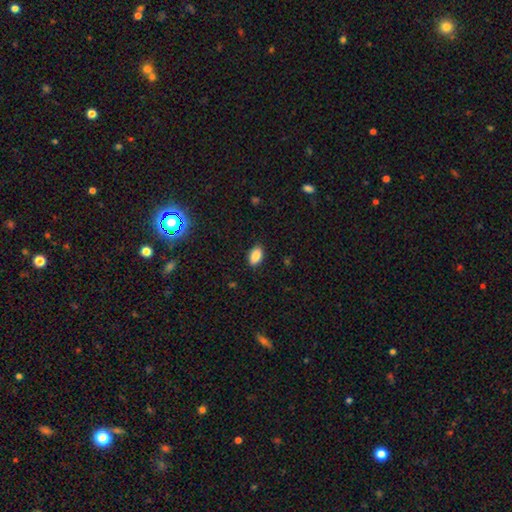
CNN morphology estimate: Smooth or featured? Predicted: smooth (p=0.87). How rounded? Predicted: in between (p=0.91). Merging? Predicted: none (p=0.88).